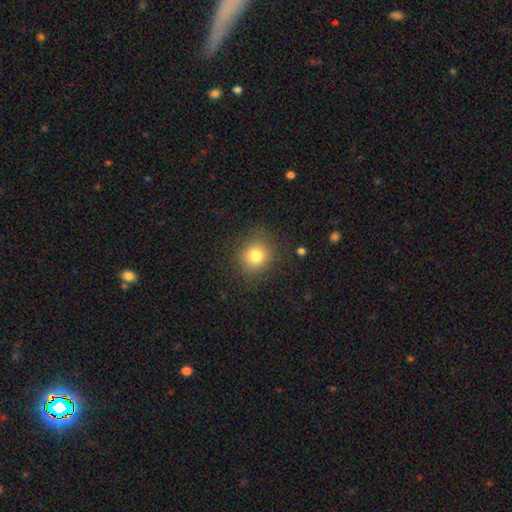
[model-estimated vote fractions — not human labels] Morphology: type=smooth (80%); roundness=round (83%); merging=none (84%).